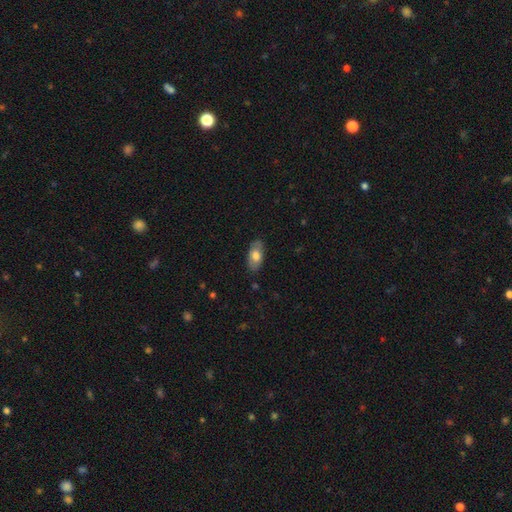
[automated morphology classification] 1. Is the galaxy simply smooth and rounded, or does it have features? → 71% smooth, 23% featured or disk, 6% star or artifact.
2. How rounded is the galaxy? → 92% in between, 4% cigar-shaped, 4% round.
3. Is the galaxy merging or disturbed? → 83% none, 14% minor disturbance, 3% major disturbance, 1% merger.